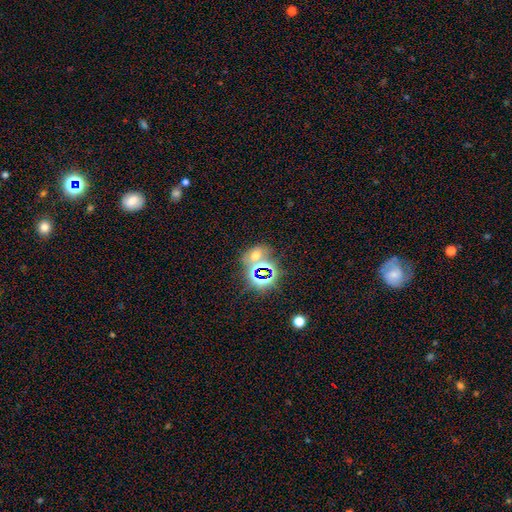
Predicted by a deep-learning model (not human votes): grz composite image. It shows a star or artifact, not a galaxy (47%).